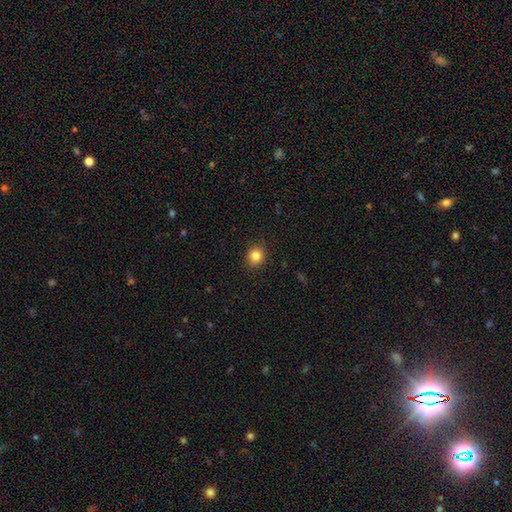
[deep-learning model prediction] smooth_or_featured: smooth (p=0.84) [alt: star or artifact p=0.11]
how_rounded: round (p=0.80) [alt: in between p=0.19]
merging: none (p=0.91) [alt: minor disturbance p=0.07]